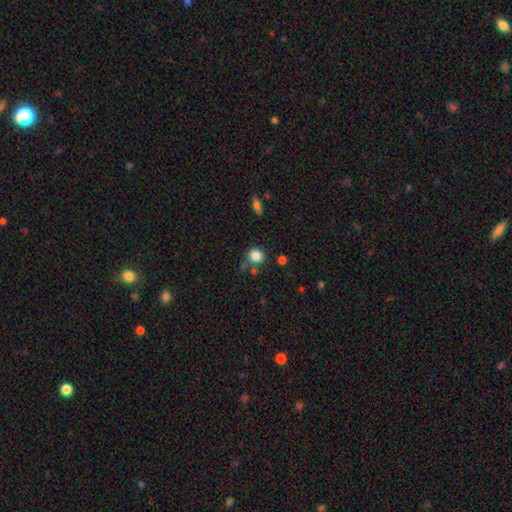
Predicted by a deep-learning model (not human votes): A smooth galaxy with no disk features (84%) that is round (75%).

Vote fractions:
- Smooth or featured? smooth: 84% / star or artifact: 10% / featured or disk: 6%
- How rounded? round: 75% / in between: 24% / cigar-shaped: 1%
- Merging? none: 71% / minor disturbance: 14% / merger: 11% / major disturbance: 4%